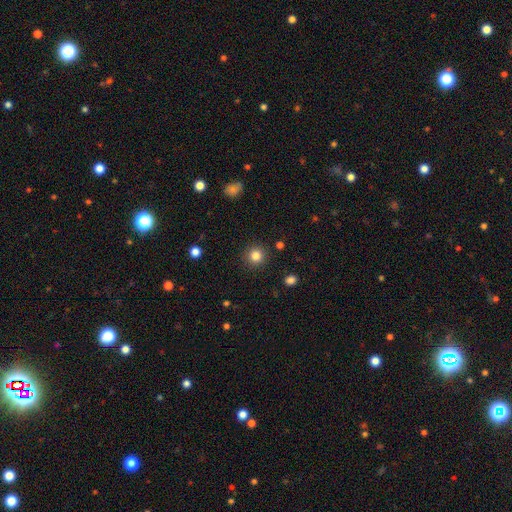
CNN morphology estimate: Overall: smooth (83%). How rounded: round (94%). Merging: none (91%).